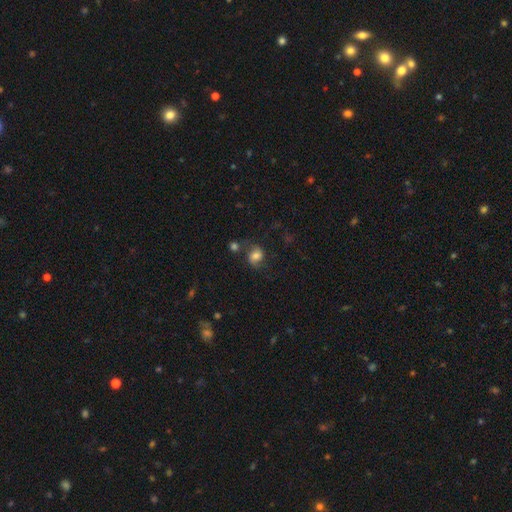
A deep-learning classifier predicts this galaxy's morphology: A smooth galaxy with no disk features (62%) that is round (60%). Merging: none (59%).